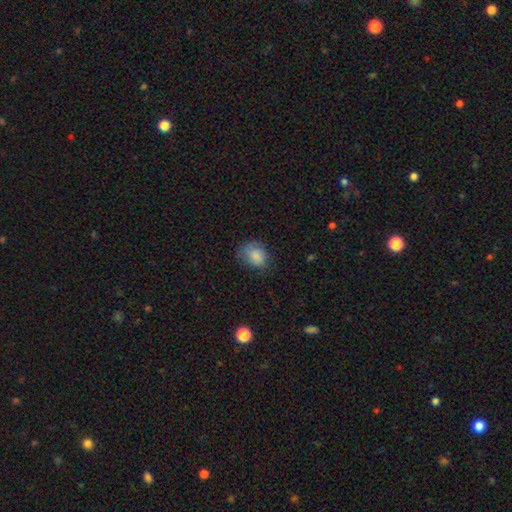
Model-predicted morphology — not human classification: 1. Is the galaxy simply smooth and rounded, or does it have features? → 83% smooth, 9% star or artifact, 8% featured or disk.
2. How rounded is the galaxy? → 54% in between, 45% round, 1% cigar-shaped.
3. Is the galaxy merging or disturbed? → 64% none, 26% minor disturbance, 9% major disturbance, 1% merger.